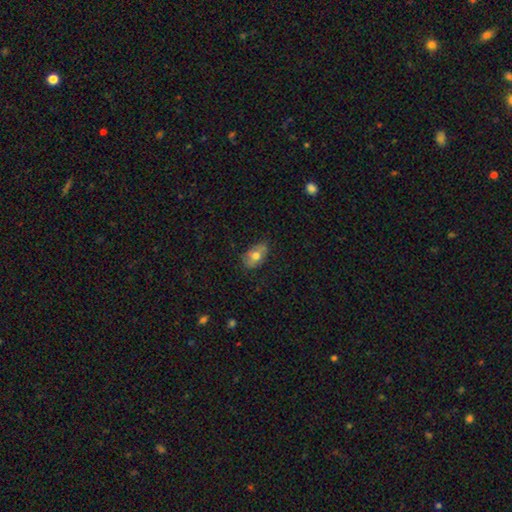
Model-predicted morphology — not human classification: Q: Smooth or featured?
A: smooth (67%); runner-up: featured or disk (24%)
Q: How rounded?
A: in between (87%); runner-up: round (10%)
Q: Merging?
A: none (67%); runner-up: minor disturbance (26%)